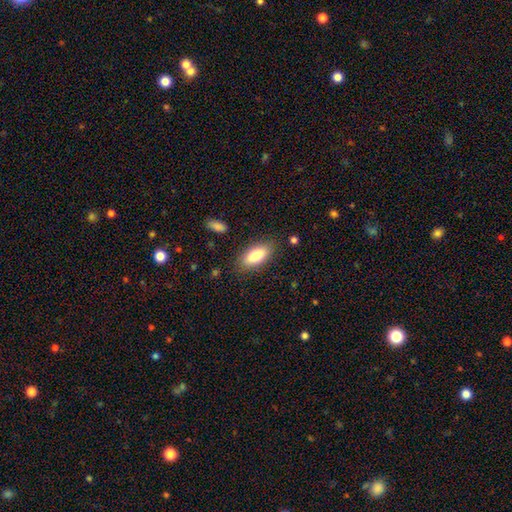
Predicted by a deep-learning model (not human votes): Smooth or featured? smooth (83%)
How rounded? in between (83%)
Merging? none (84%)